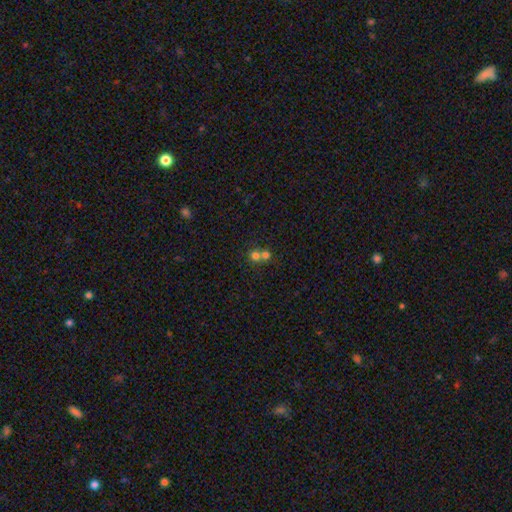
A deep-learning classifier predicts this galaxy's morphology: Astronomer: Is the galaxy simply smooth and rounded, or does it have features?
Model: smooth — 73%.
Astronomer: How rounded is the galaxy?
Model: round — 85%.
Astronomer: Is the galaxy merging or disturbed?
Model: merger — 58% (runner-up: none, 35%).